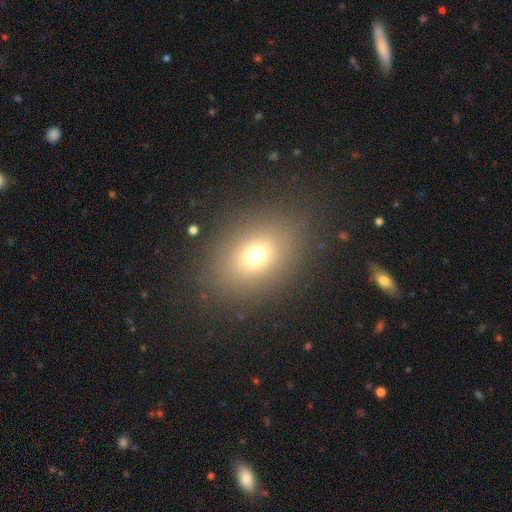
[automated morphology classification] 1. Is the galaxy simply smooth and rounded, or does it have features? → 69% smooth, 18% star or artifact, 13% featured or disk.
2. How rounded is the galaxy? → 60% in between, 39% round, 1% cigar-shaped.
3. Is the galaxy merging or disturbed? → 84% none, 9% minor disturbance, 6% major disturbance, 1% merger.